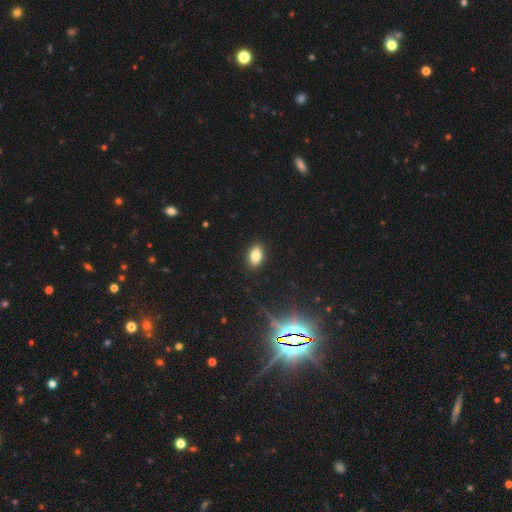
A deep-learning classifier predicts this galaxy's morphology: type=smooth (82%); roundness=in between (90%); merging=none (89%).